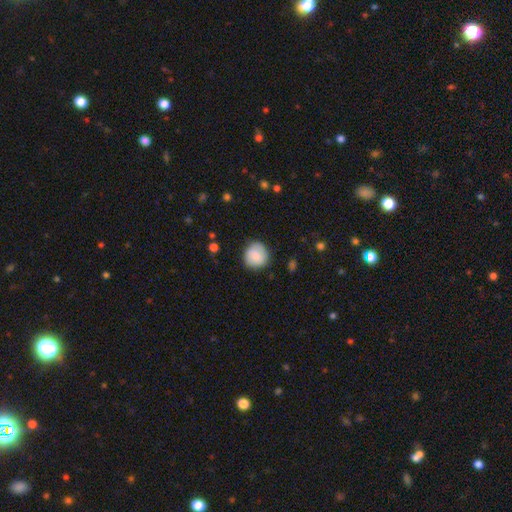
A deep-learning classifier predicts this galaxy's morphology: Smooth or featured: smooth — 85% (featured or disk — 8%)
How rounded: round — 90% (in between — 9%)
Merging: none — 83% (minor disturbance — 13%)